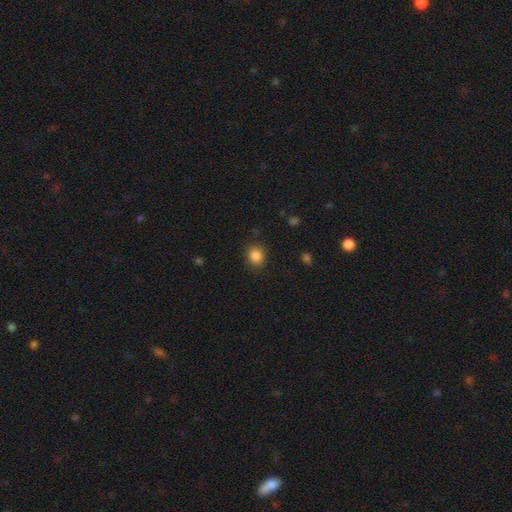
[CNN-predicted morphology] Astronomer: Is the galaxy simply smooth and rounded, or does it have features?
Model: smooth — 86%.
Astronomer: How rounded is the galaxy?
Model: round — 78%.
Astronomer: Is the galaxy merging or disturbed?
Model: none — 86%.